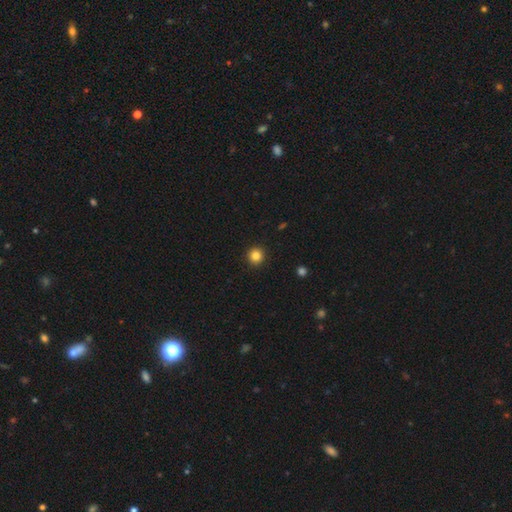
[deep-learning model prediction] Overall: smooth (84%). How rounded: round (95%). Merging: none (93%).